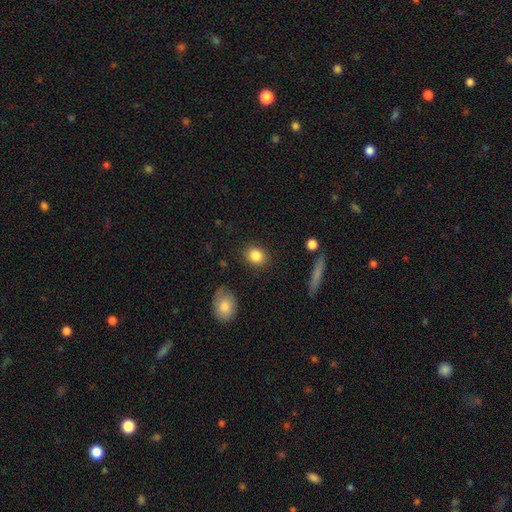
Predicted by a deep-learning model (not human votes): This appears to be a smooth galaxy with no disk features (85%) that is round (53%). Merging: none (87%).